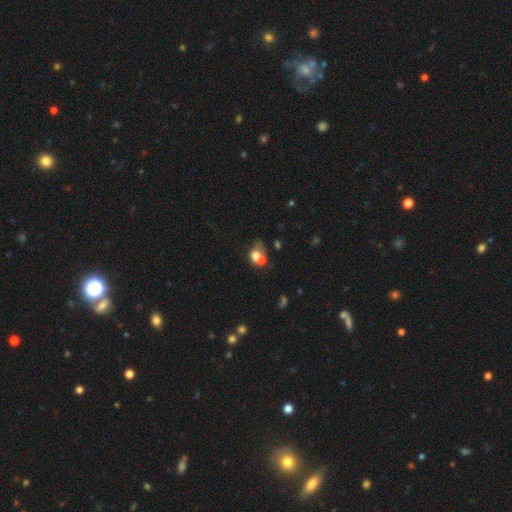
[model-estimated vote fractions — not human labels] Smooth or featured? Predicted: smooth (p=0.65). How rounded? Predicted: round (p=0.53). Merging? Predicted: merger (p=0.59).